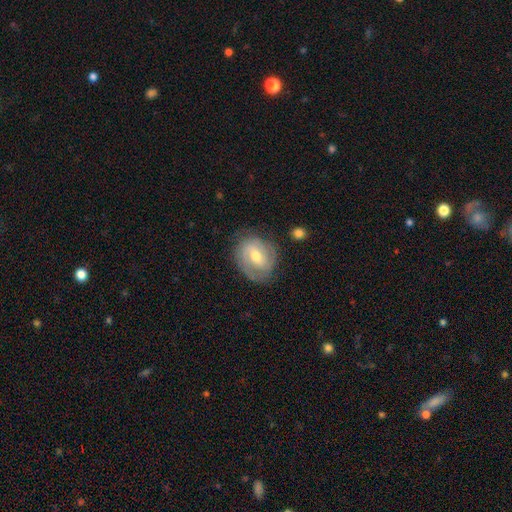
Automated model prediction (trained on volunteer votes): Smooth or featured? featured or disk (71%)
Edge-on disk? no (97%)
Bar? weak (52%)
Spiral arms? yes (87%)
Spiral winding? tight (53%)
Spiral arm count? 2 (57%)
Bulge size? moderate (69%)
Merging? none (74%)